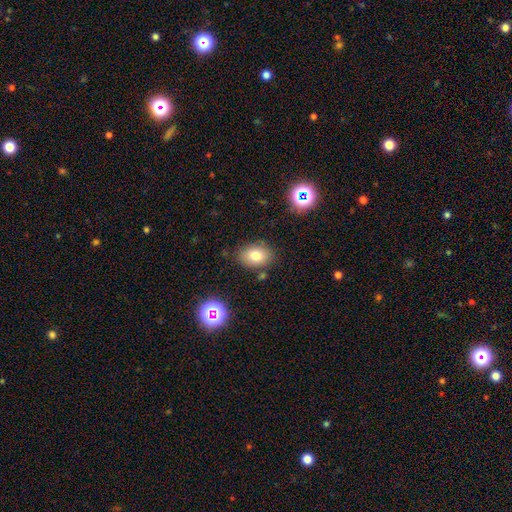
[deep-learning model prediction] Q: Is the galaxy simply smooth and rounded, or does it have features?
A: smooth — 76%.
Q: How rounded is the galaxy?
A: in between — 74%.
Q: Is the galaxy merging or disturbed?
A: none — 82%.